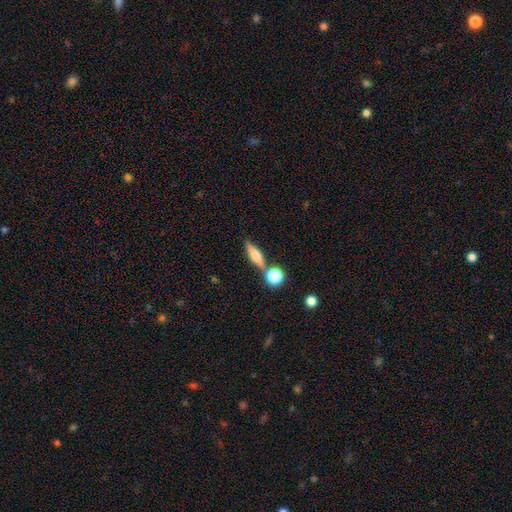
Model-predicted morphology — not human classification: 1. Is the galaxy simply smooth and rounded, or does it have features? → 47% featured or disk, 43% smooth, 10% star or artifact.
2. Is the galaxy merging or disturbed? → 72% none, 15% merger, 9% minor disturbance, 3% major disturbance.